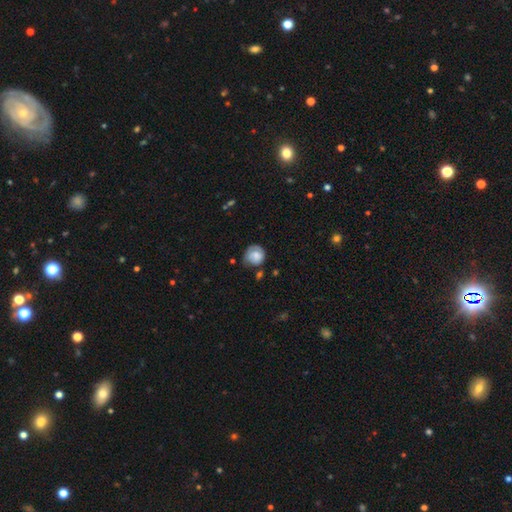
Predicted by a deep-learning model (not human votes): A smooth galaxy with no disk features (68%) that is round (85%).

Vote fractions:
- Smooth or featured? smooth: 68% / featured or disk: 25% / star or artifact: 7%
- How rounded? round: 85% / in between: 14% / cigar-shaped: 1%
- Merging? none: 55% / minor disturbance: 30% / major disturbance: 10% / merger: 5%